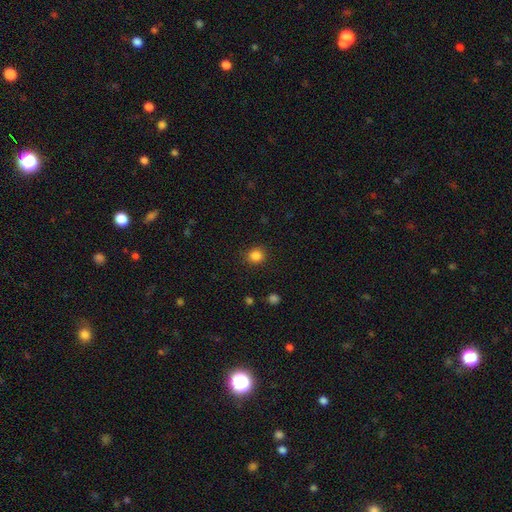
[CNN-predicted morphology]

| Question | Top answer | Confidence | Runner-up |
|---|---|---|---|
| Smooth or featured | smooth | 85% | star or artifact (11%) |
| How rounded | round | 89% | in between (11%) |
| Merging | none | 89% | minor disturbance (7%) |